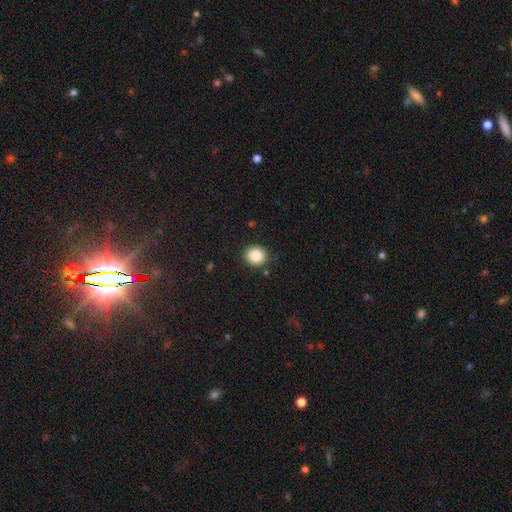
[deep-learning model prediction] Morphology: type=smooth (85%); roundness=round (81%); merging=none (89%).